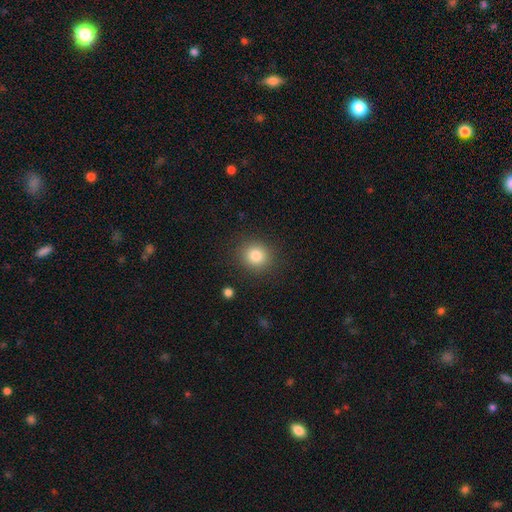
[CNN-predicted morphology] smooth_or_featured: smooth (p=0.83) [alt: star or artifact p=0.11]
how_rounded: round (p=0.86) [alt: in between p=0.13]
merging: none (p=0.88) [alt: minor disturbance p=0.08]